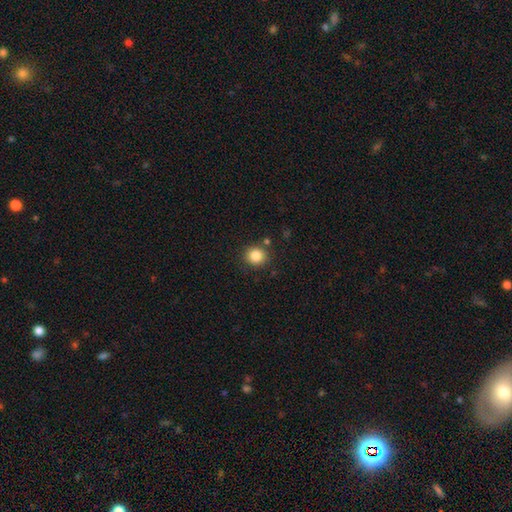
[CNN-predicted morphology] Smooth or featured? Predicted: smooth (p=0.84). How rounded? Predicted: round (p=0.86). Merging? Predicted: none (p=0.85).